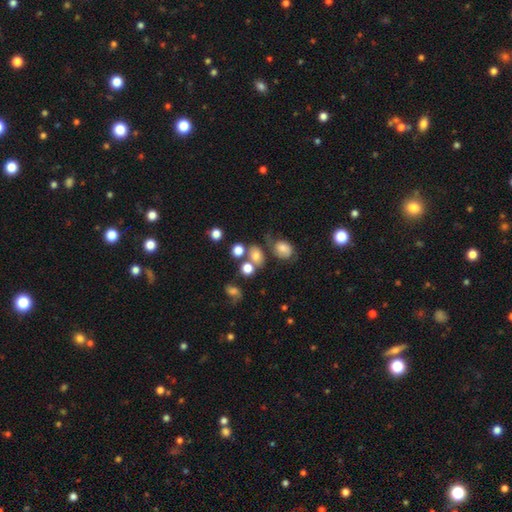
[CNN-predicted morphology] Smooth or featured?
  - smooth: 68% *
  - star or artifact: 17%
  - featured or disk: 15%
How rounded?
  - round: 62% *
  - in between: 36%
  - cigar-shaped: 1%
Merging?
  - none: 46% *
  - merger: 28%
  - minor disturbance: 16%
  - major disturbance: 11%